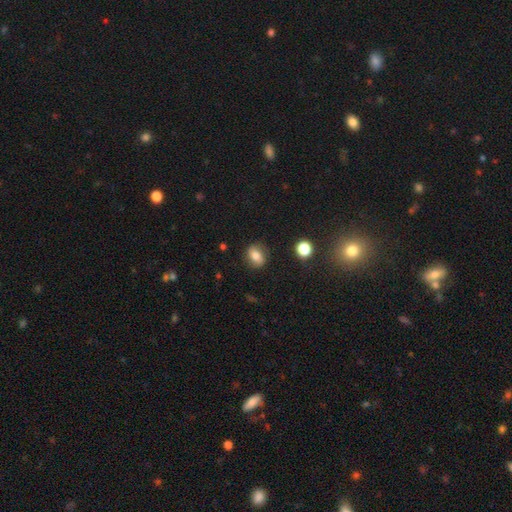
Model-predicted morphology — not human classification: Smooth or featured? Predicted: smooth (p=0.73). How rounded? Predicted: in between (p=0.57). Merging? Predicted: none (p=0.82).